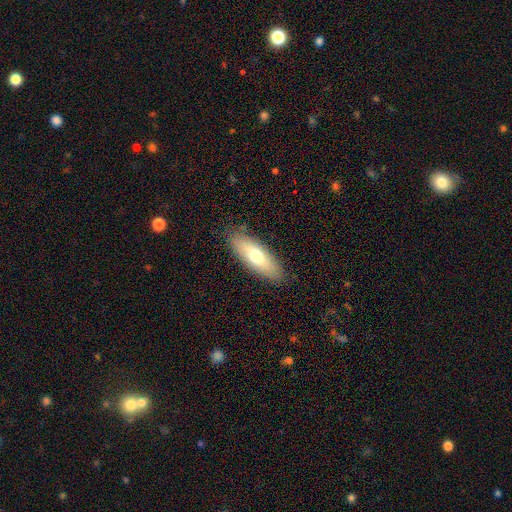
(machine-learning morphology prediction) A smooth galaxy with no disk features (68%) that is in between round and cigar-shaped (62%). Merging: none (86%).